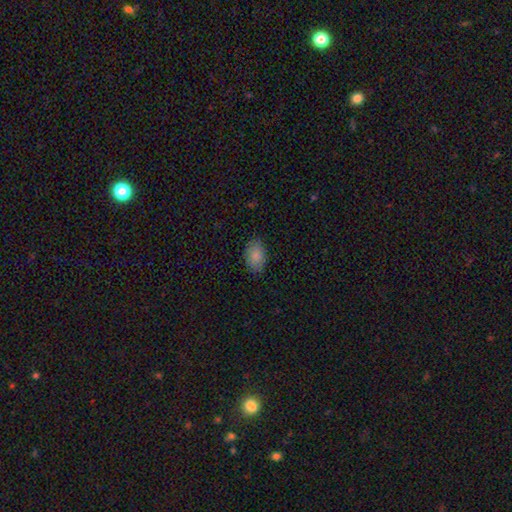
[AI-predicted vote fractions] Morphology: type=smooth (86%); roundness=in between (88%); merging=none (86%).